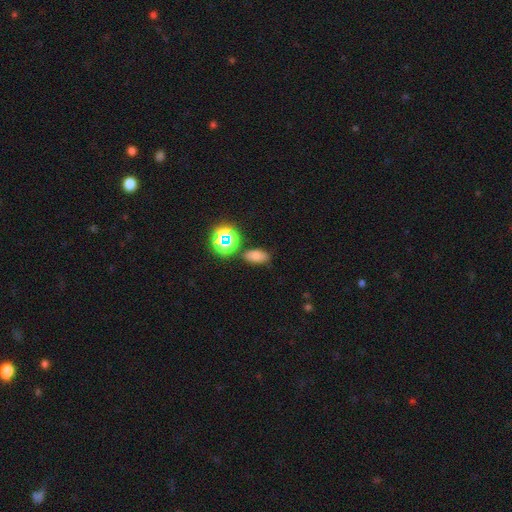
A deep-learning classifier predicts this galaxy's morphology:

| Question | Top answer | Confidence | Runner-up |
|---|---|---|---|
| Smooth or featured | smooth | 72% | star or artifact (21%) |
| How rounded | in between | 87% | round (10%) |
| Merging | none | 79% | minor disturbance (13%) |